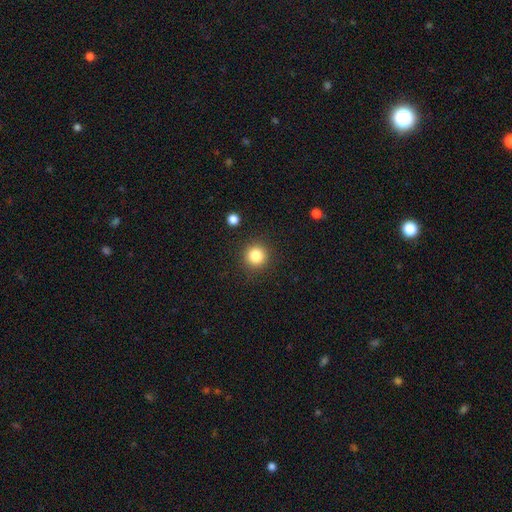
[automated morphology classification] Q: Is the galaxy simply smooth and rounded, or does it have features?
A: smooth — 84%.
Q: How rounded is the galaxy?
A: round — 94%.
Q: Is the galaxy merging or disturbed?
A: none — 90%.